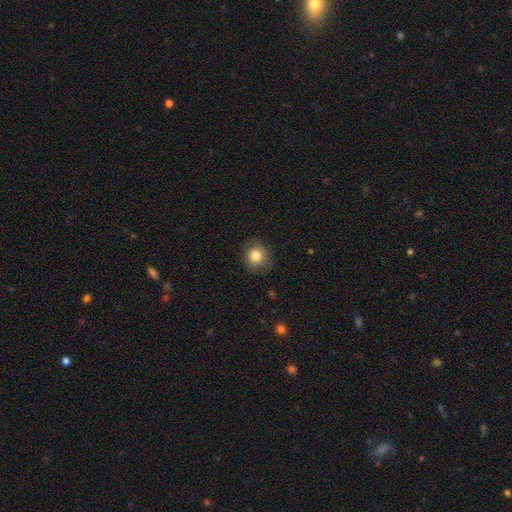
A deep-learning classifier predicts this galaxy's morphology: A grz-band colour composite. It shows a smooth galaxy with no disk features (83%) that is round (82%). Merging: none (83%).